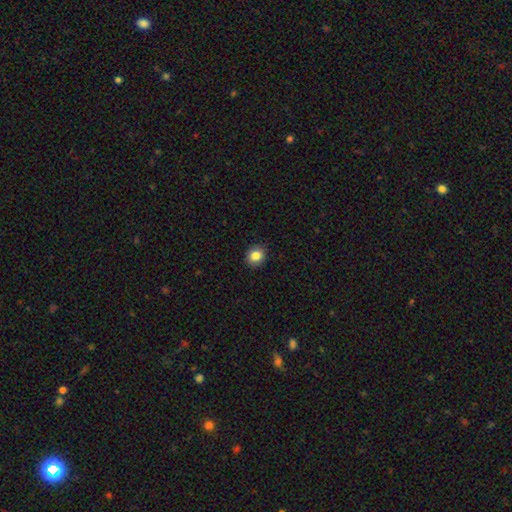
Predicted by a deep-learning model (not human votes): Overall: smooth (84%). How rounded: round (68%; in between 31%). Merging: none (90%).